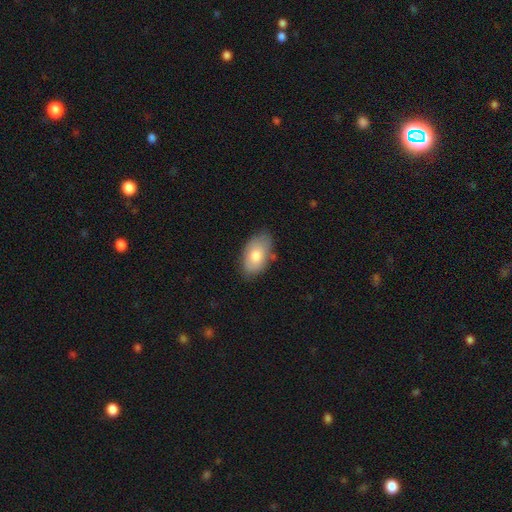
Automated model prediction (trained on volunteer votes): smooth 76%, featured or disk 18%, star or artifact 6%. Down the decision tree: how rounded — in between (94%); merging — none (75%).